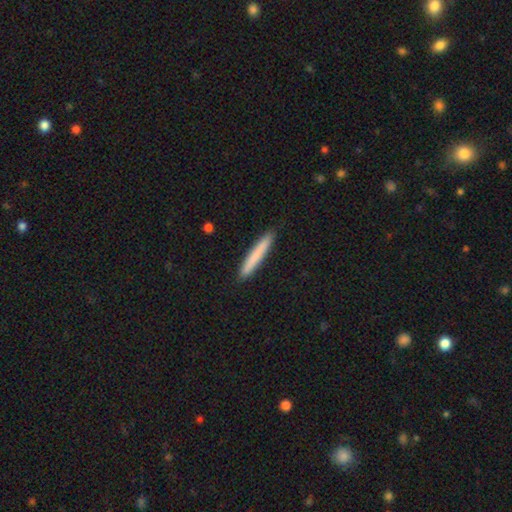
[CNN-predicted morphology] Q: Smooth or featured?
A: smooth (79%); runner-up: featured or disk (15%)
Q: How rounded?
A: cigar-shaped (96%); runner-up: in between (3%)
Q: Merging?
A: none (91%); runner-up: minor disturbance (6%)